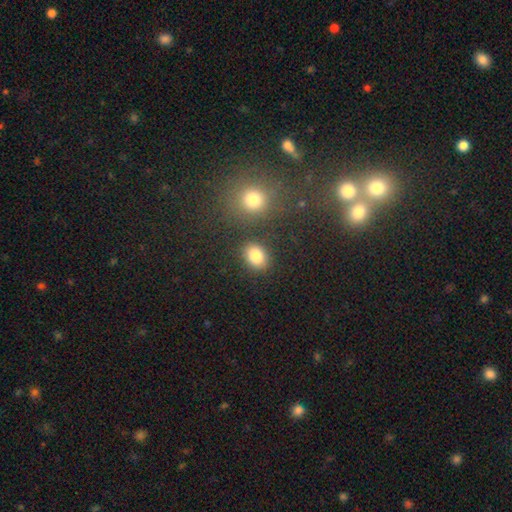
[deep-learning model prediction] Q: Smooth or featured?
A: smooth (84%); runner-up: star or artifact (10%)
Q: How rounded?
A: in between (57%); runner-up: round (41%)
Q: Merging?
A: none (81%); runner-up: minor disturbance (10%)